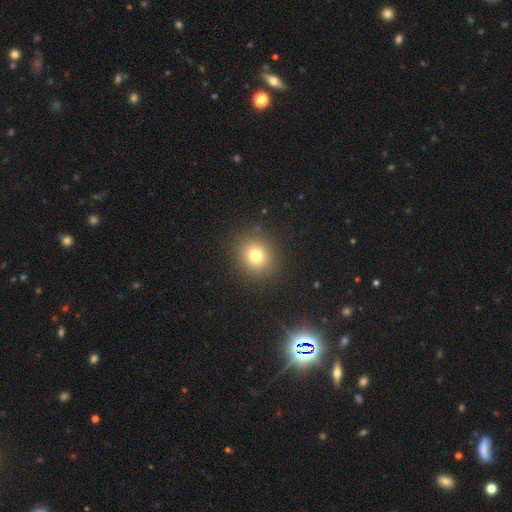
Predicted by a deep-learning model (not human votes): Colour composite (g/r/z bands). It shows a smooth galaxy with no disk features (76%) that is round (82%). Merging: none (89%).